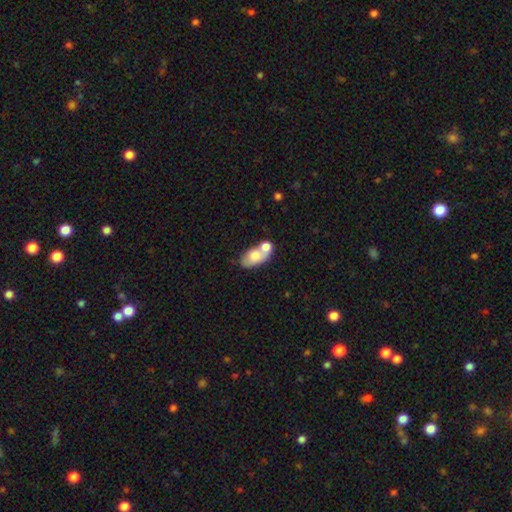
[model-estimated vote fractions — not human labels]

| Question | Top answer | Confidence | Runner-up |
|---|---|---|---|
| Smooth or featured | smooth | 70% | featured or disk (23%) |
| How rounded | in between | 89% | round (7%) |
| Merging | merger | 46% | none (32%) |